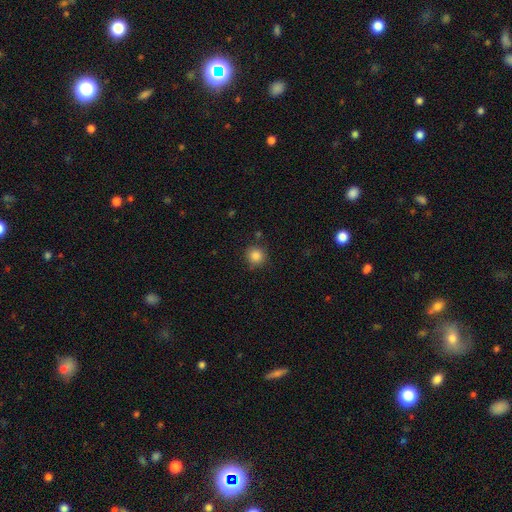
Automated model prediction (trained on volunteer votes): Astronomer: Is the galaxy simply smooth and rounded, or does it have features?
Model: smooth — 85%.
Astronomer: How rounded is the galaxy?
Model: round — 92%.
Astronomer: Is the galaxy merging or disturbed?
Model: none — 84%.